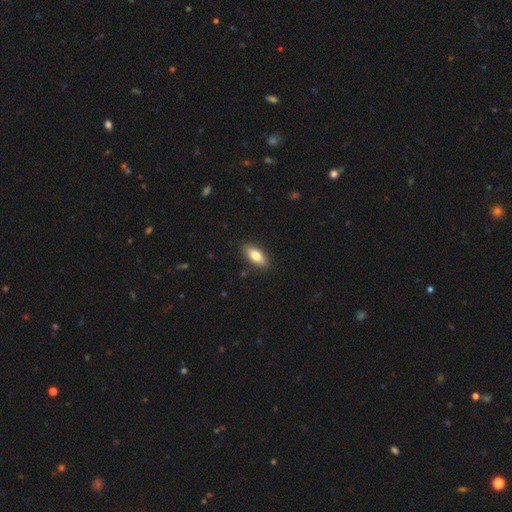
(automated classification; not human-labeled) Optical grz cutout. It shows a smooth galaxy with no disk features (77%) that is in between round and cigar-shaped (84%). Merging: none (87%).